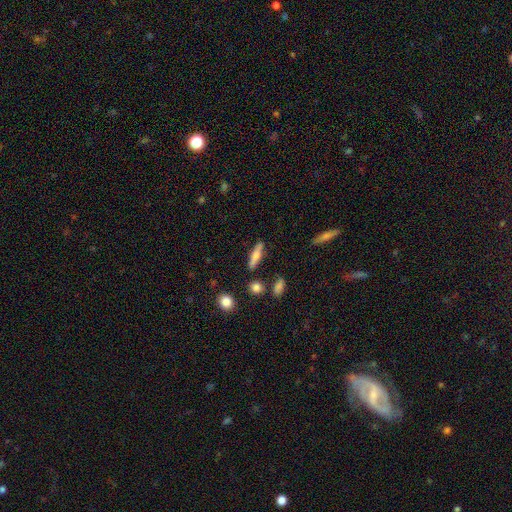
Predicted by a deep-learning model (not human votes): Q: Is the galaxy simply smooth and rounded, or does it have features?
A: smooth — 64%.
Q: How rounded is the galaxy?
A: cigar-shaped — 74%.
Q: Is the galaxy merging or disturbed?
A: none — 84%.